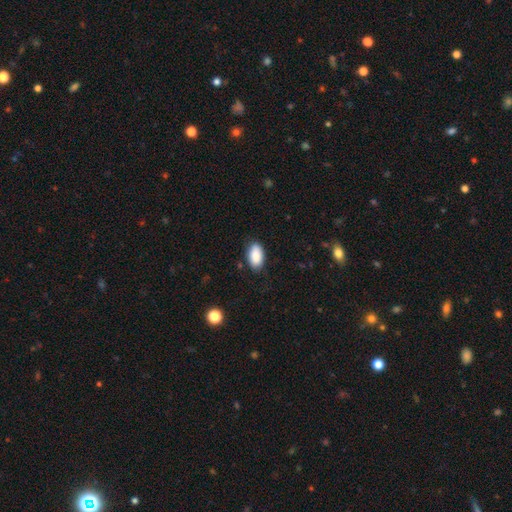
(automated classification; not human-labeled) Smooth or featured: smooth — 89% (star or artifact — 7%)
How rounded: in between — 94% (round — 4%)
Merging: none — 83% (minor disturbance — 13%)